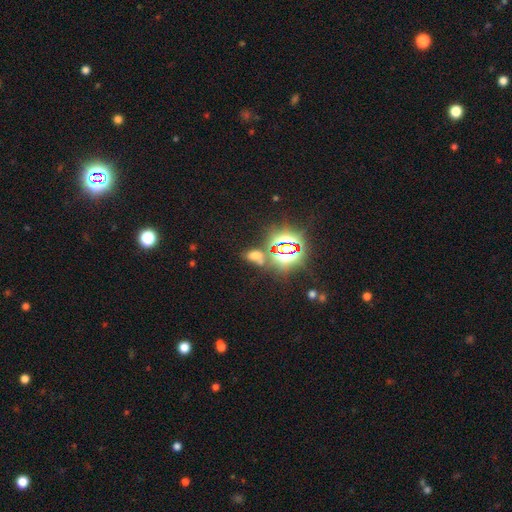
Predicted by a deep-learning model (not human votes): smooth-or-featured: star or artifact: 47% | smooth: 44% | featured or disk: 9%